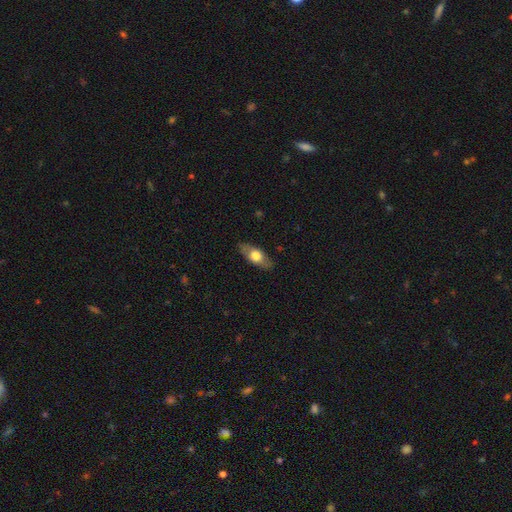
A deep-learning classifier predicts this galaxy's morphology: Smooth or featured: smooth — 60% (featured or disk — 34%)
How rounded: in between — 80% (cigar-shaped — 15%)
Merging: none — 84% (minor disturbance — 12%)